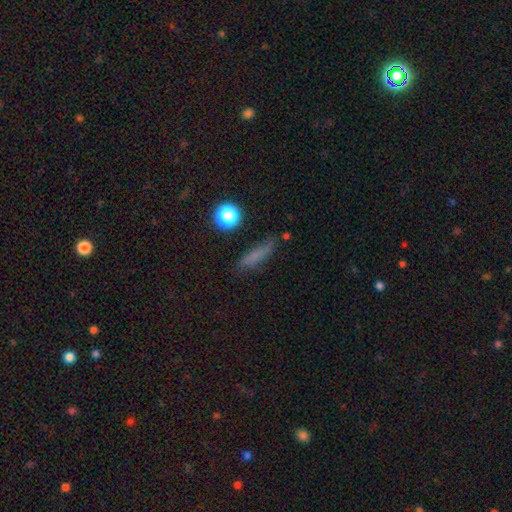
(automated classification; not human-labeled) smooth-or-featured: smooth: 69% | star or artifact: 16% | featured or disk: 15%
  how-rounded: cigar-shaped: 71% | in between: 22% | round: 7%
  merging: none: 72% | minor disturbance: 19% | major disturbance: 6% | merger: 3%